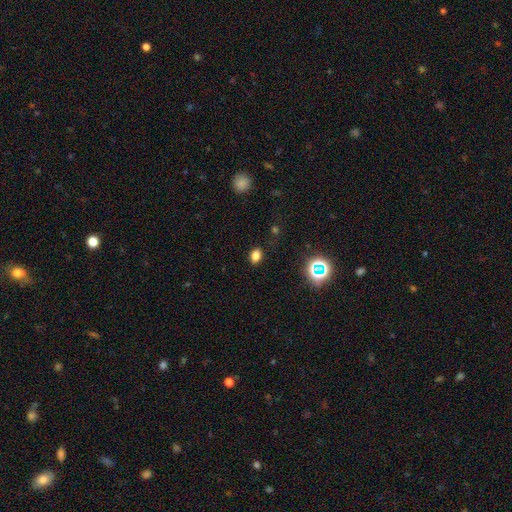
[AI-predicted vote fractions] This appears to be a smooth galaxy with no disk features (77%) that is in between round and cigar-shaped (71%). Merging: none (85%).